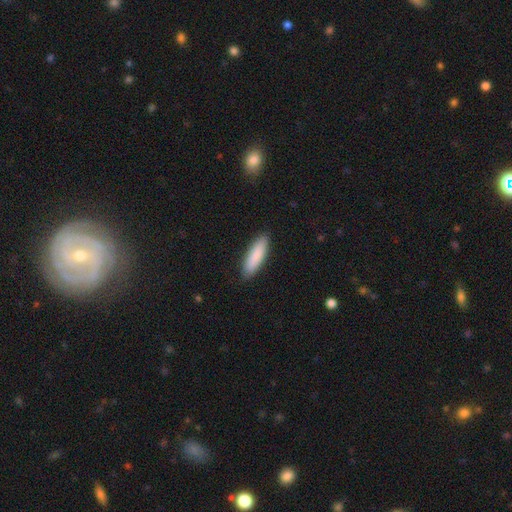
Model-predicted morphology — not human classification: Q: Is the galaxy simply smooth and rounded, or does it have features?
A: smooth — 88%.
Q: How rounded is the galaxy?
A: cigar-shaped — 60%.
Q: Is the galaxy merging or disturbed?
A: none — 89%.